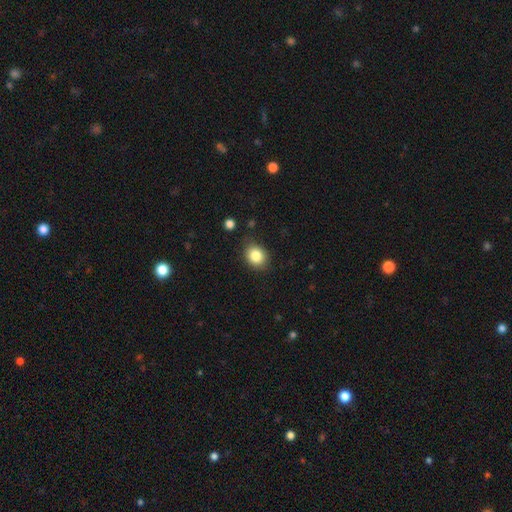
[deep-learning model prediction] Smooth or featured?
  - smooth: 84% *
  - star or artifact: 10%
  - featured or disk: 7%
How rounded?
  - round: 57% *
  - in between: 42%
  - cigar-shaped: 1%
Merging?
  - none: 81% *
  - minor disturbance: 14%
  - major disturbance: 3%
  - merger: 2%